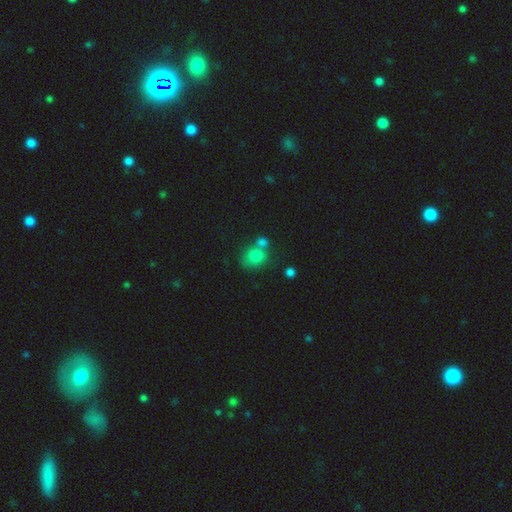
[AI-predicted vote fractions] Smooth or featured: smooth — 81% (star or artifact — 11%)
How rounded: round — 54% (in between — 45%)
Merging: none — 42% (merger — 36%)